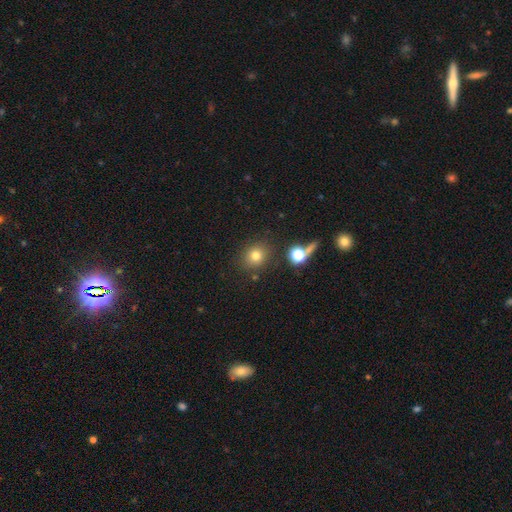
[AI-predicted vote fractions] smooth 75%, star or artifact 16%, featured or disk 8%. Down the decision tree: how rounded — round (80%); merging — none (82%).